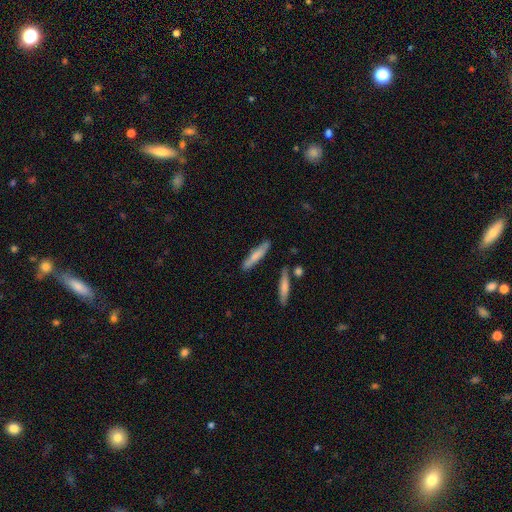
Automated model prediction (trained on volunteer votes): A smooth galaxy with no disk features (68%) that is cigar-shaped (87%).

Vote fractions:
- Smooth or featured? smooth: 68% / featured or disk: 26% / star or artifact: 6%
- How rounded? cigar-shaped: 87% / in between: 11% / round: 2%
- Merging? none: 80% / minor disturbance: 13% / merger: 4% / major disturbance: 3%